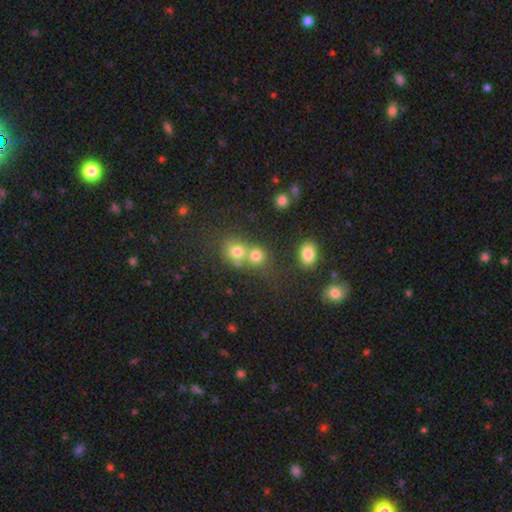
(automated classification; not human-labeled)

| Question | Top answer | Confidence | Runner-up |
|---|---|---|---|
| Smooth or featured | smooth | 75% | star or artifact (15%) |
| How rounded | round | 80% | in between (19%) |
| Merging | merger | 48% | none (43%) |